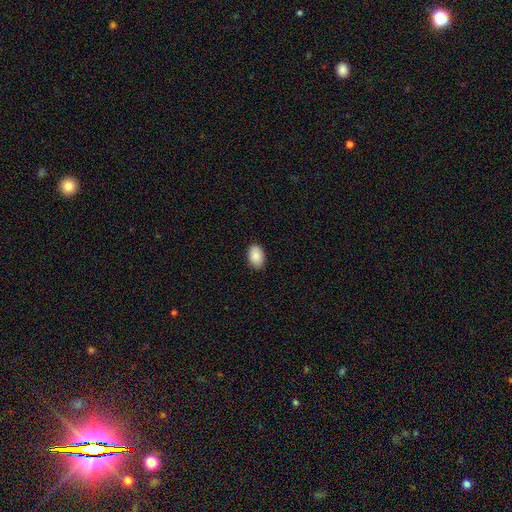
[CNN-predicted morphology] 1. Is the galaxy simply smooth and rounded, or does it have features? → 89% smooth, 7% star or artifact, 5% featured or disk.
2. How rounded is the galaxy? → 88% in between, 11% round, 1% cigar-shaped.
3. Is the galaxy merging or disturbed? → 88% none, 9% minor disturbance, 2% major disturbance, 1% merger.